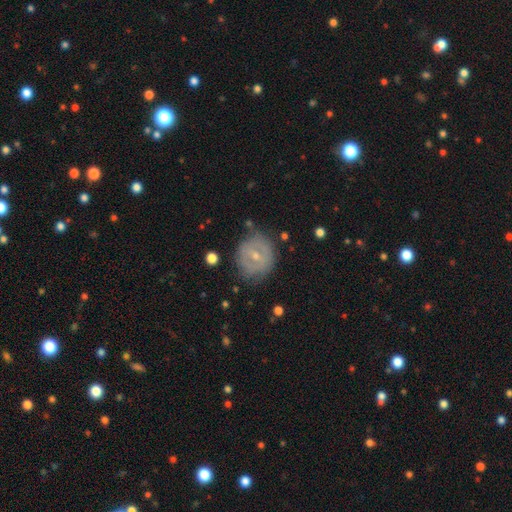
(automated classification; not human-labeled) This appears to be a featured or disk galaxy (55%) with a weak bar (46%), no spiral arms (59%) and a small central bulge (56%). Merging: none (74%).